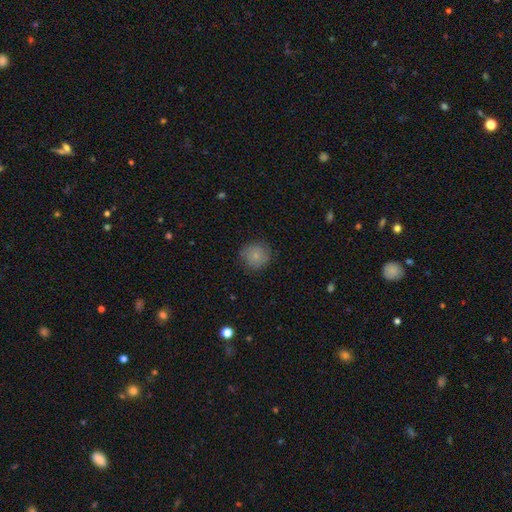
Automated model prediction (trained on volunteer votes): Overall: smooth (78%). How rounded: round (91%). Merging: none (79%).